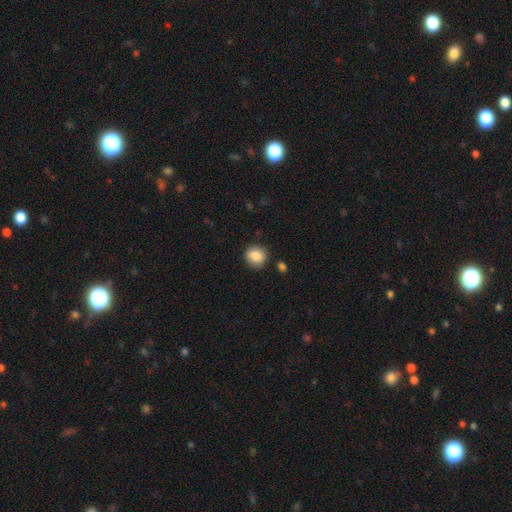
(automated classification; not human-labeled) A smooth galaxy with no disk features (87%) that is round (87%). Merging: none (86%).